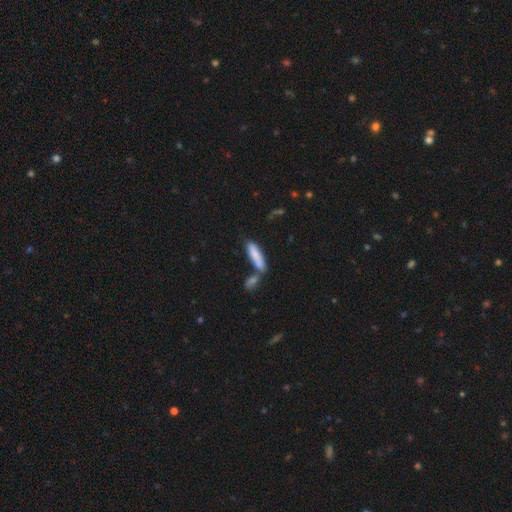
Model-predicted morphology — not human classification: Smooth or featured?
  - smooth: 81% *
  - featured or disk: 13%
  - star or artifact: 7%
How rounded?
  - cigar-shaped: 65% *
  - in between: 33%
  - round: 2%
Merging?
  - none: 47% *
  - merger: 35%
  - minor disturbance: 13%
  - major disturbance: 5%